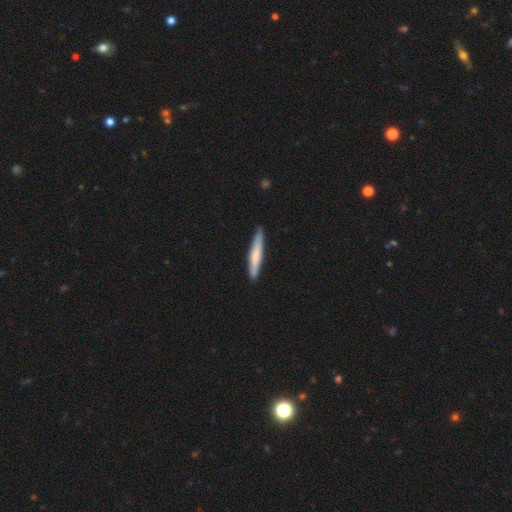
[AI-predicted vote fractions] This is likely a smooth galaxy (69%). How rounded: clearly cigar-shaped (94%). Merging: clearly none (86%).